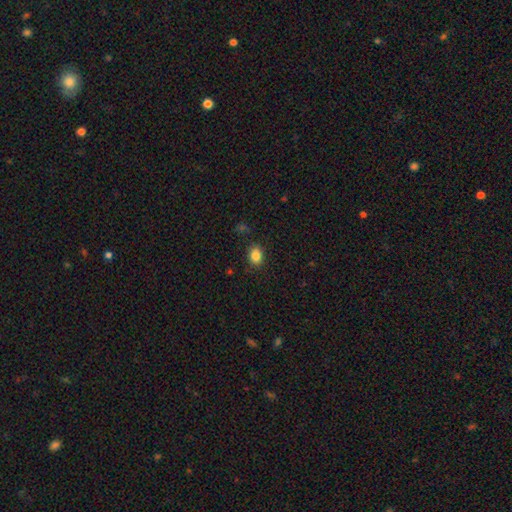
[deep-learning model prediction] smooth_or_featured: smooth (p=0.85) [alt: star or artifact p=0.10]
how_rounded: in between (p=0.65) [alt: round p=0.34]
merging: none (p=0.86) [alt: minor disturbance p=0.10]